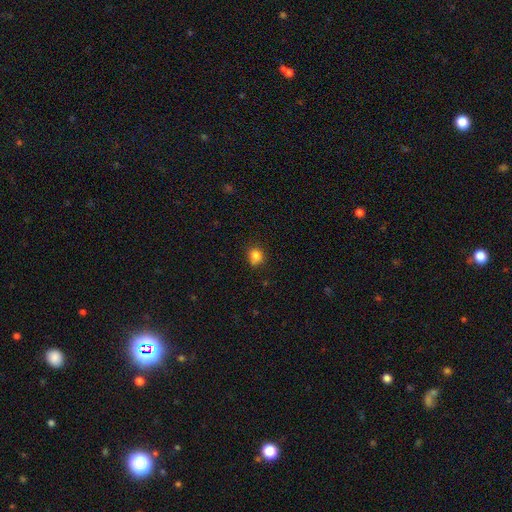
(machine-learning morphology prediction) A smooth galaxy with no disk features (82%) that is round (71%). Merging: none (70%).